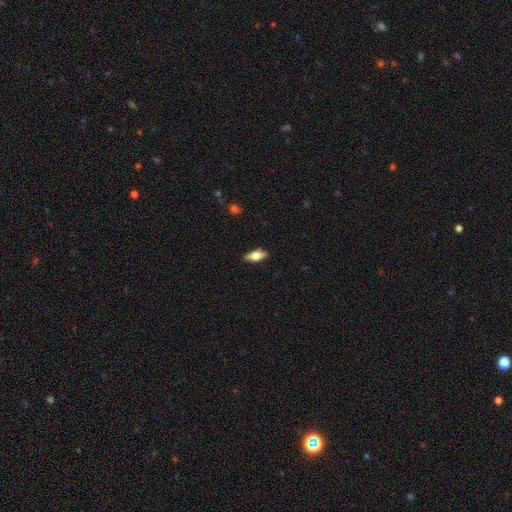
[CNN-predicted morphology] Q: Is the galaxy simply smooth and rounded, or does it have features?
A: smooth — 57%.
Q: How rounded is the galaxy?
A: in between — 78%.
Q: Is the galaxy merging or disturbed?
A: none — 86%.